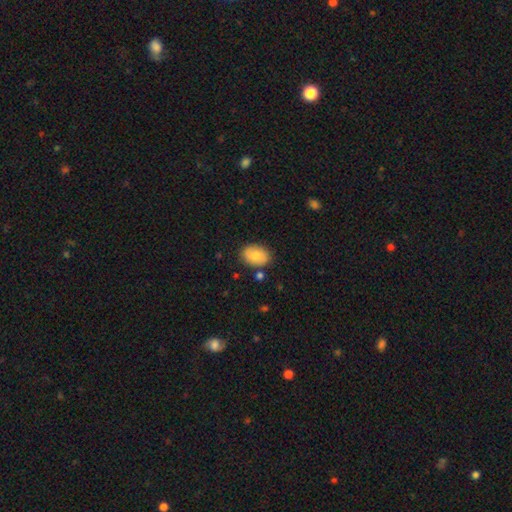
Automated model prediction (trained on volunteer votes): Smooth or featured?
  - smooth: 79% *
  - featured or disk: 14%
  - star or artifact: 7%
How rounded?
  - in between: 75% *
  - round: 24%
  - cigar-shaped: 1%
Merging?
  - none: 83% *
  - minor disturbance: 12%
  - merger: 3%
  - major disturbance: 3%